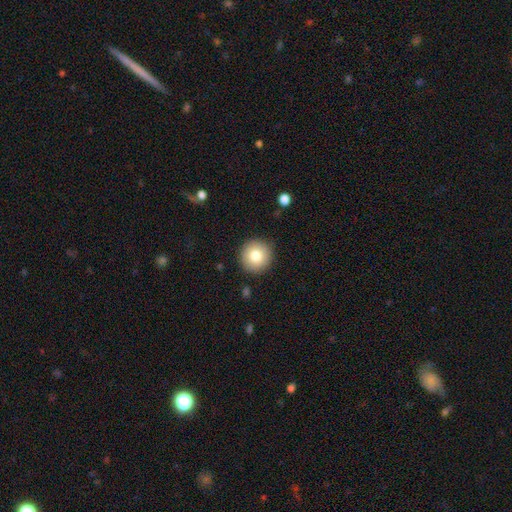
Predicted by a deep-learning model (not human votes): Overall: smooth (79%). How rounded: round (95%). Merging: none (91%).